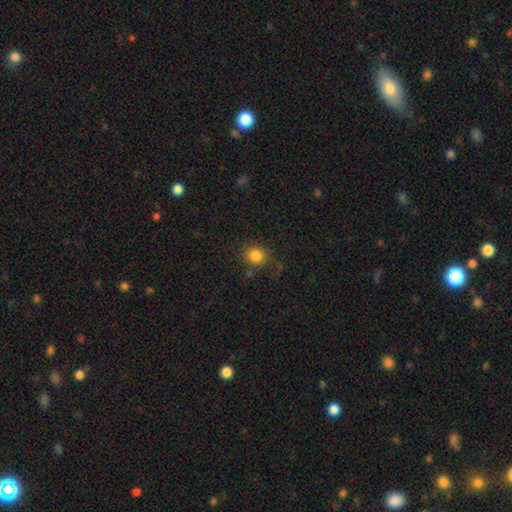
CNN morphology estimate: Smooth or featured: smooth — 83% (star or artifact — 11%)
How rounded: round — 82% (in between — 17%)
Merging: none — 79% (minor disturbance — 13%)